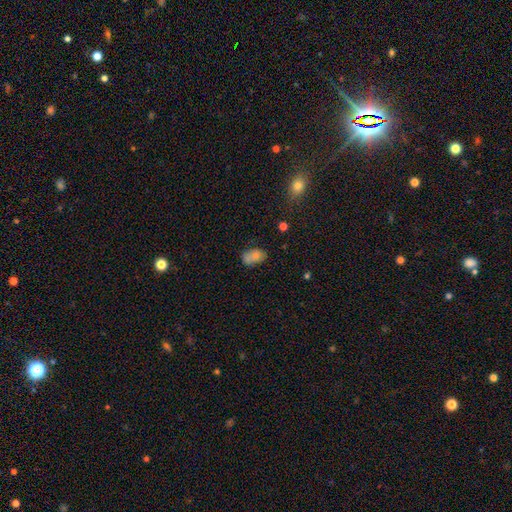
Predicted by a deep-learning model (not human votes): Morphology: type=smooth (74%); roundness=in between (84%); merging=none (48%).